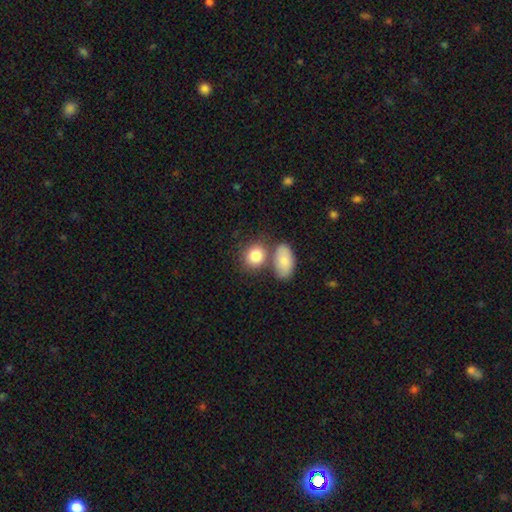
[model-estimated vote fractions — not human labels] smooth-or-featured: smooth: 83% | featured or disk: 9% | star or artifact: 7%
  how-rounded: round: 56% | in between: 43% | cigar-shaped: 2%
  merging: none: 56% | merger: 29% | minor disturbance: 11% | major disturbance: 4%